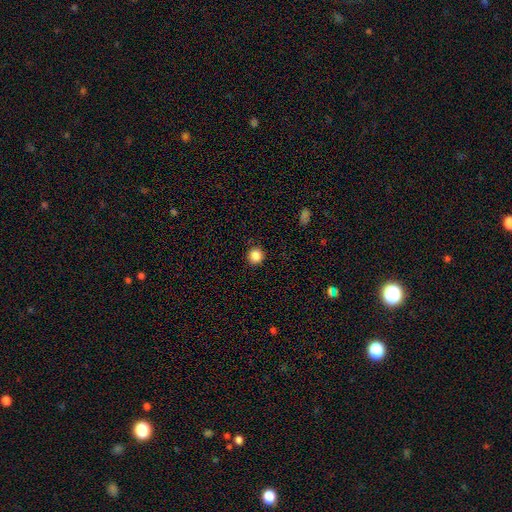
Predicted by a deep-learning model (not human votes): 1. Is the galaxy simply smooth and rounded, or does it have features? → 86% smooth, 10% star or artifact, 3% featured or disk.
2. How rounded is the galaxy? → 93% round, 6% in between, 1% cigar-shaped.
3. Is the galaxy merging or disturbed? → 91% none, 6% minor disturbance, 2% major disturbance, 1% merger.